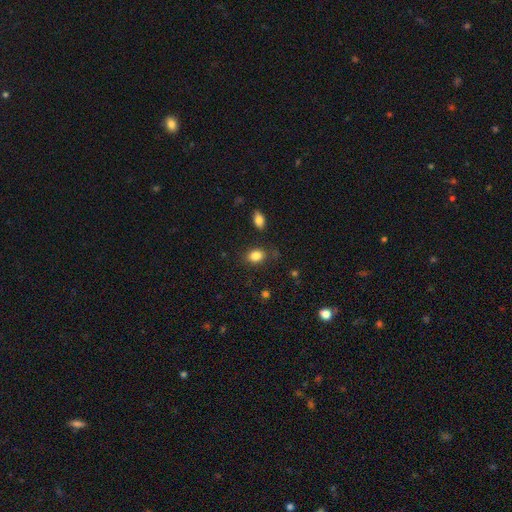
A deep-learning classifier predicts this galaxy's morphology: This appears to be a smooth galaxy with no disk features (85%) that is in between round and cigar-shaped (66%). Merging: none (81%).